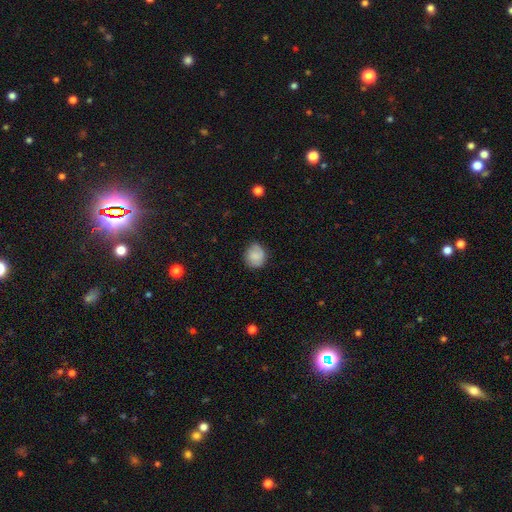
Morphology: type=smooth (82%); roundness=round (88%); merging=none (76%).